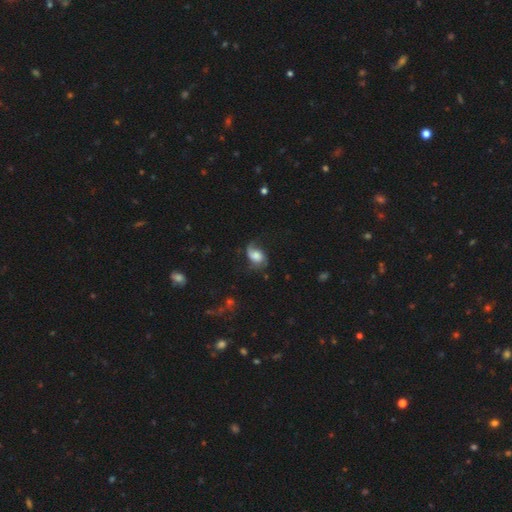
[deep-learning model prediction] featured or disk 61%, smooth 30%, star or artifact 9%. Down the decision tree: edge-on disk — no (97%); bar — no (64%); spiral arms — yes (91%); spiral arm count — 2 (75%); spiral winding — loose (57%); bulge size — large (40%); merging — none (54%).